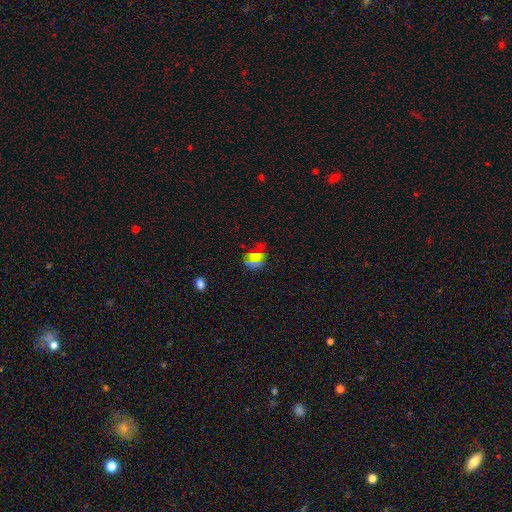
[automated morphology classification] Smooth or featured? smooth (54%)
How rounded? round (66%)
Merging? none (69%)